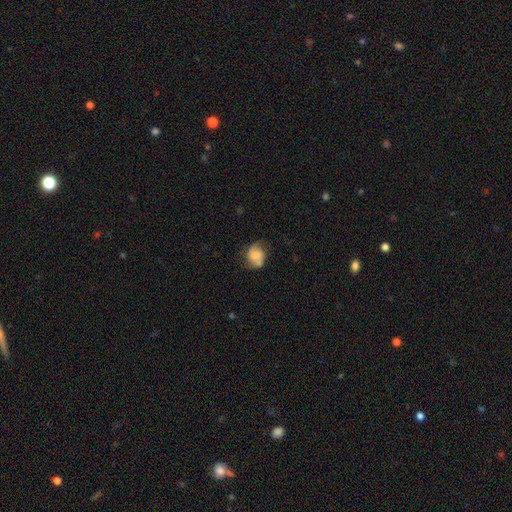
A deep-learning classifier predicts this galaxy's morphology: Smooth or featured: smooth — 50% (featured or disk — 41%)
How rounded: round — 57% (in between — 42%)
Merging: none — 52% (minor disturbance — 29%)